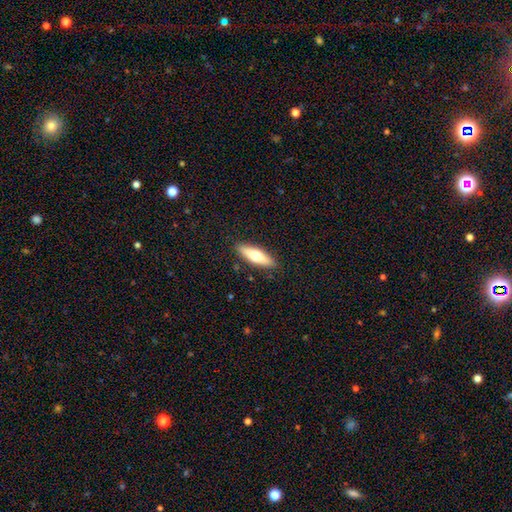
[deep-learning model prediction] Smooth or featured?
  - smooth: 61% *
  - featured or disk: 33%
  - star or artifact: 6%
How rounded?
  - cigar-shaped: 51% *
  - in between: 46%
  - round: 2%
Merging?
  - none: 88% *
  - minor disturbance: 9%
  - major disturbance: 2%
  - merger: 1%